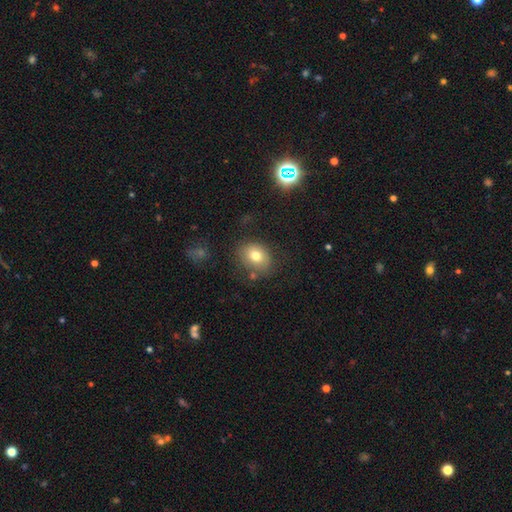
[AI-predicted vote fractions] The model was most divided on "how rounded": in between: 50%, round: 49%, cigar-shaped: 1%. More confident: smooth or featured — smooth (75%); merging — none (73%).